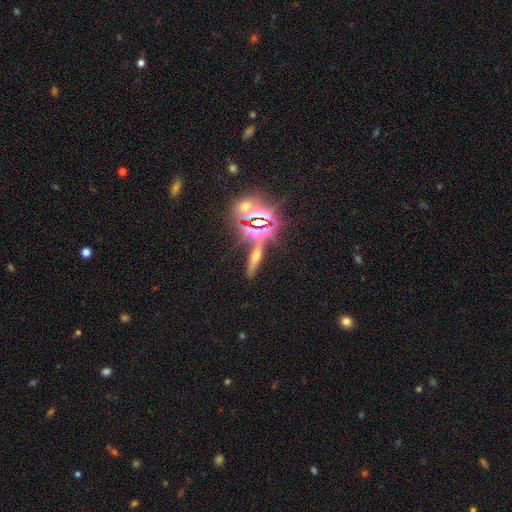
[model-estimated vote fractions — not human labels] smooth-or-featured: star or artifact: 39% | smooth: 31% | featured or disk: 30%